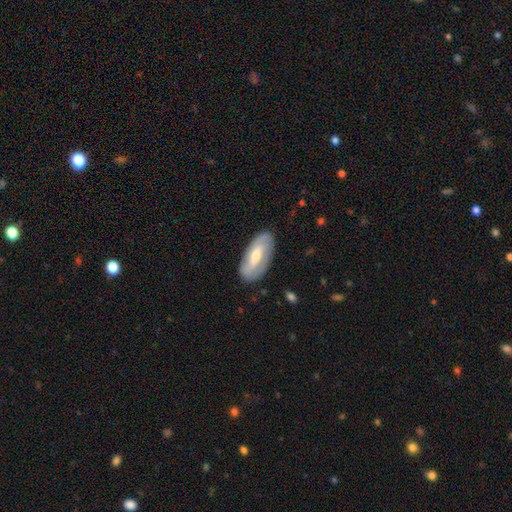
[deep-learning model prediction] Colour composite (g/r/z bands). It shows a featured or disk galaxy (56%). Merging: none (83%).